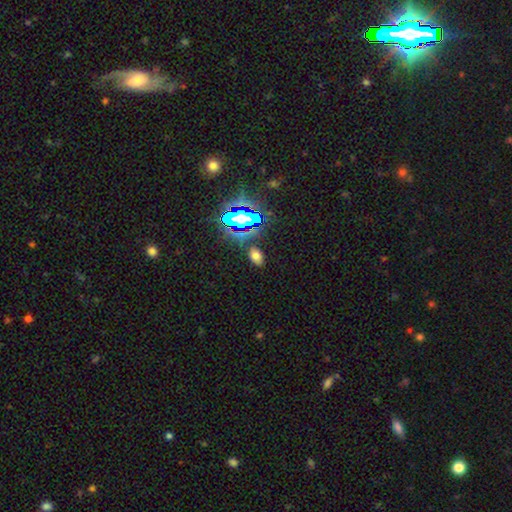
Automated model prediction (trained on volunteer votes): This appears to be a smooth galaxy with no disk features (62%) that is in between round and cigar-shaped (86%). Merging: none (84%).